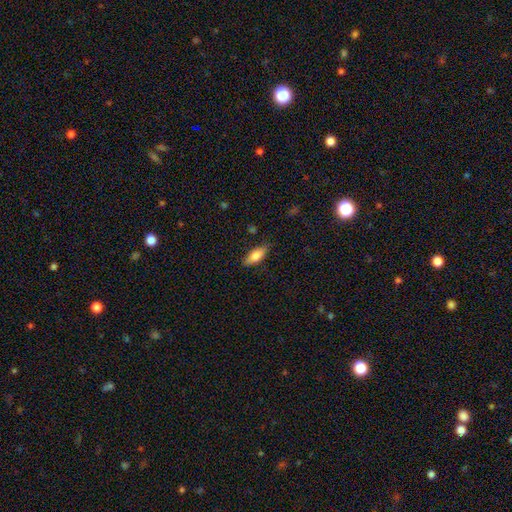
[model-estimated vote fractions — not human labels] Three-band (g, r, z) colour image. It shows a smooth galaxy with no disk features (79%) that is in between round and cigar-shaped (74%). Merging: none (81%).